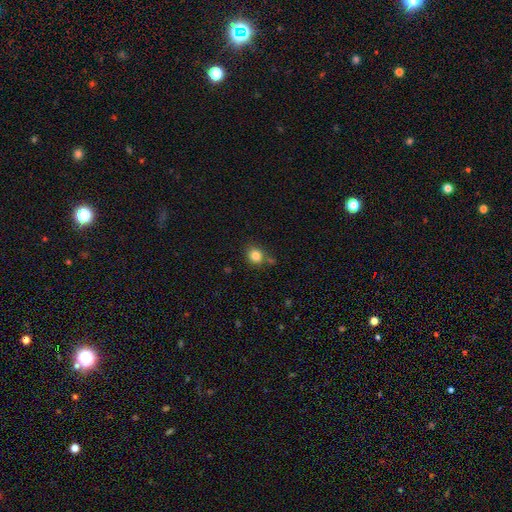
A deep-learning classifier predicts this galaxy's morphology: Smooth or featured? Predicted: smooth (p=0.83). How rounded? Predicted: round (p=0.77). Merging? Predicted: none (p=0.76).